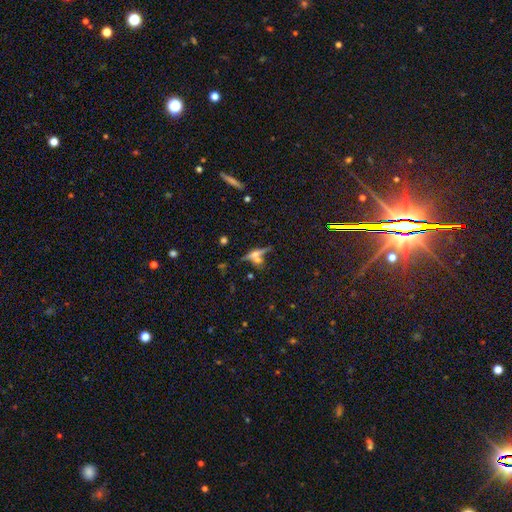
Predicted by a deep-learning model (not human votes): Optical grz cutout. It shows a featured or disk galaxy (55%) viewed edge-on (87%). Merging: none (57%).